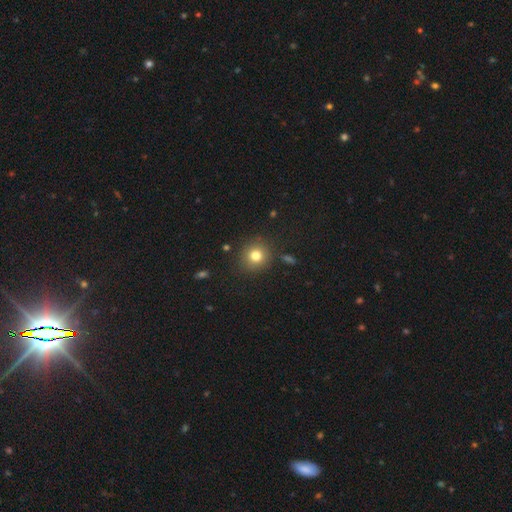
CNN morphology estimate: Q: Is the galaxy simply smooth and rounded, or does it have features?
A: smooth — 80%.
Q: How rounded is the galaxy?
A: round — 88%.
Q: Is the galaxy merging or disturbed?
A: none — 86%.